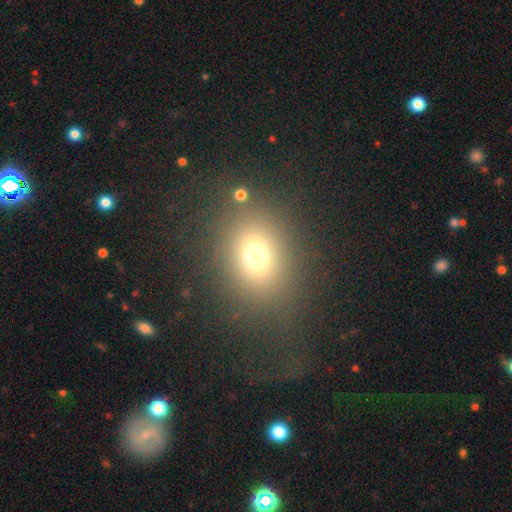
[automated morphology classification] Q: Smooth or featured?
A: smooth (71%); runner-up: star or artifact (18%)
Q: How rounded?
A: round (51%); runner-up: in between (47%)
Q: Merging?
A: none (80%); runner-up: minor disturbance (10%)